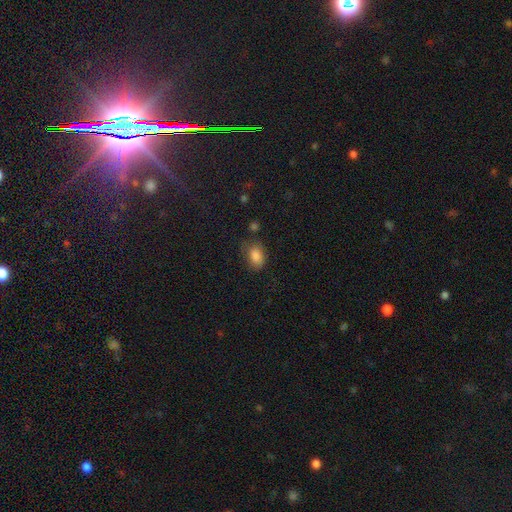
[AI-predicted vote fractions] Morphology: type=smooth (84%); roundness=in between (83%); merging=none (58%).